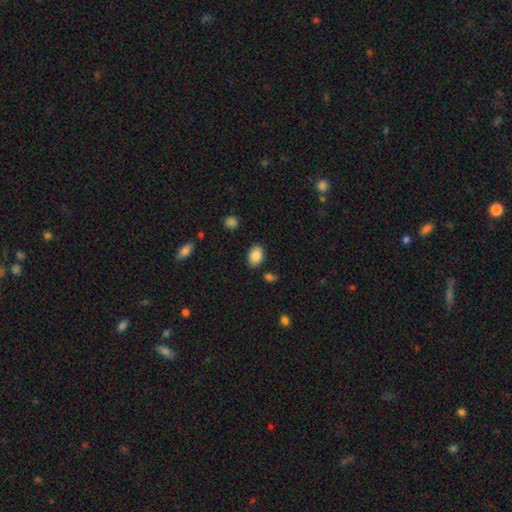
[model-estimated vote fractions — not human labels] Smooth or featured: smooth — 86% (star or artifact — 8%)
How rounded: in between — 84% (round — 15%)
Merging: none — 84% (minor disturbance — 10%)